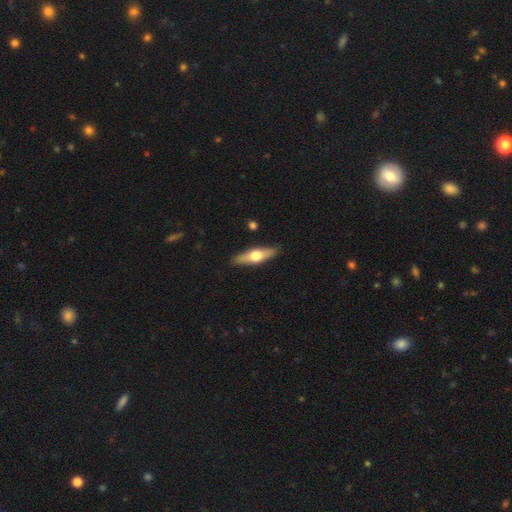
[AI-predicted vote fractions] Overall: featured or disk (50%; smooth 45%). Merging: none (88%).